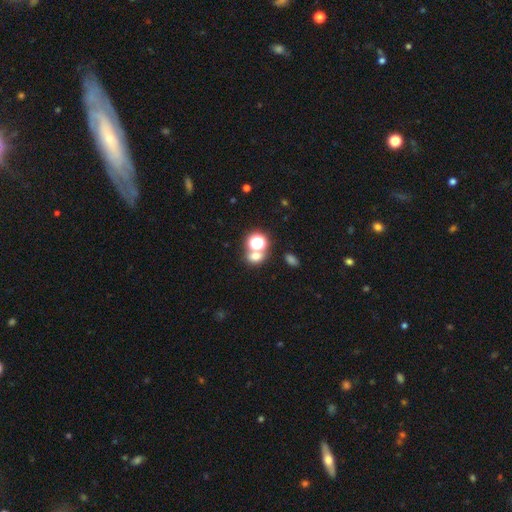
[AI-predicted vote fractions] Smooth or featured? smooth (62%)
How rounded? round (61%)
Merging? none (56%)